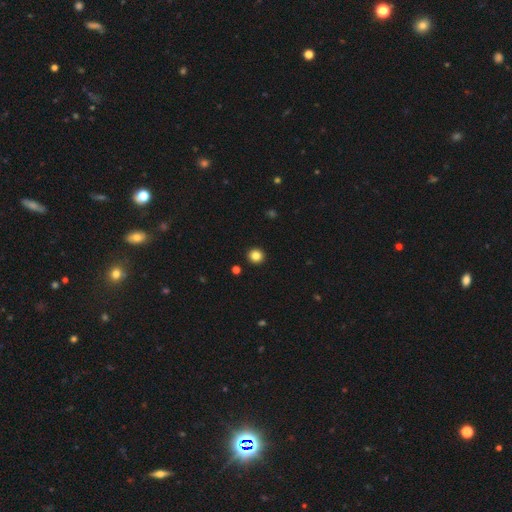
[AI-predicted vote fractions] smooth-or-featured: smooth: 84% | star or artifact: 11% | featured or disk: 4%
  how-rounded: round: 94% | in between: 5% | cigar-shaped: 1%
  merging: none: 94% | minor disturbance: 4% | major disturbance: 1% | merger: 1%